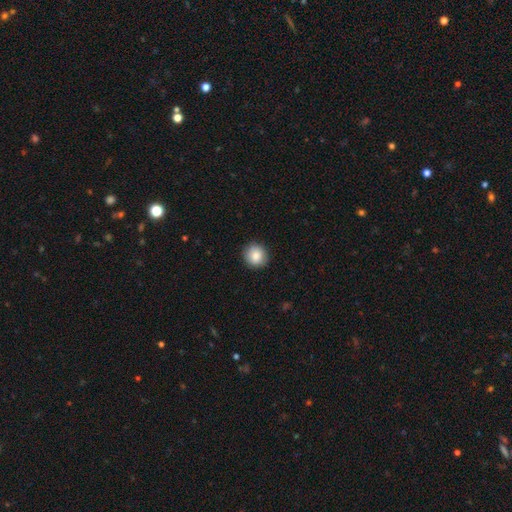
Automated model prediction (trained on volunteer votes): Smooth or featured? smooth (87%)
How rounded? round (91%)
Merging? none (90%)